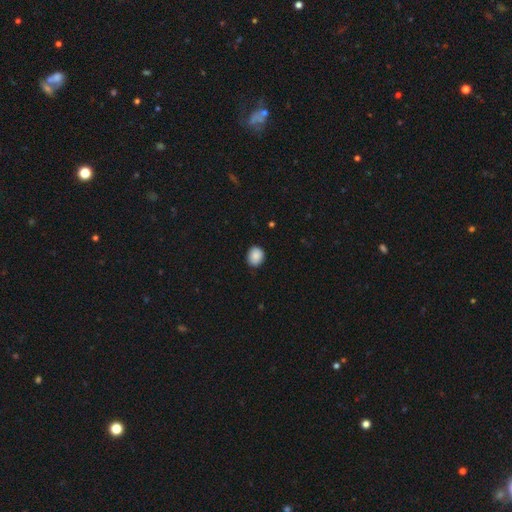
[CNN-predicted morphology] Q: Smooth or featured?
A: smooth (88%); runner-up: star or artifact (8%)
Q: How rounded?
A: round (61%); runner-up: in between (38%)
Q: Merging?
A: none (84%); runner-up: minor disturbance (13%)